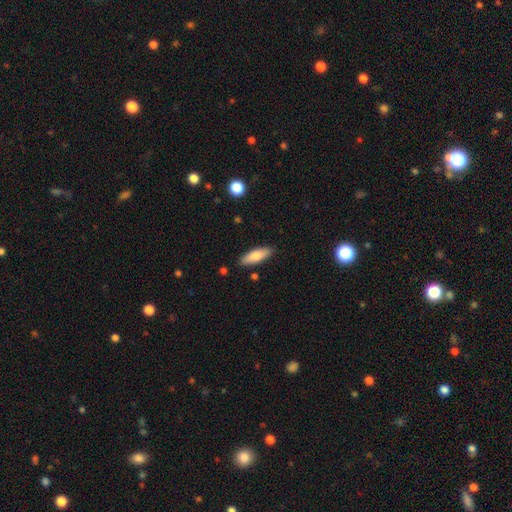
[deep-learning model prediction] Smooth or featured? Predicted: smooth (p=0.76). How rounded? Predicted: in between (p=0.57). Merging? Predicted: none (p=0.87).